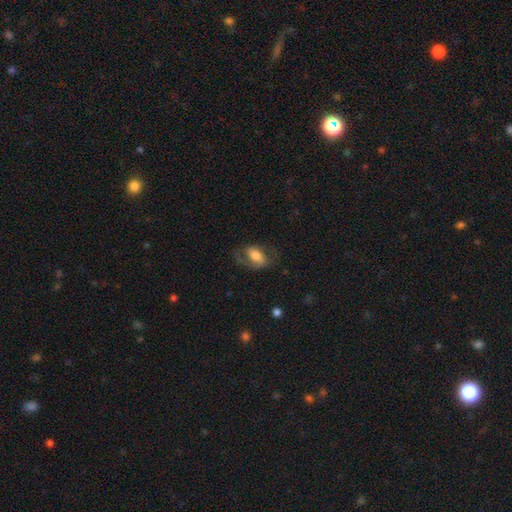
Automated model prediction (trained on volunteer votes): Smooth or featured? Predicted: smooth (p=0.50). How rounded? Predicted: in between (p=0.86). Merging? Predicted: none (p=0.59).